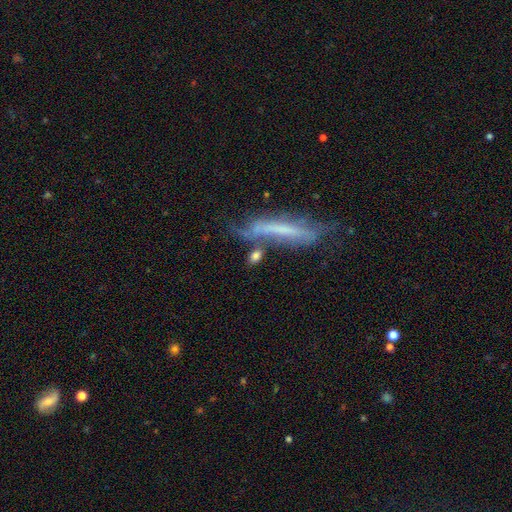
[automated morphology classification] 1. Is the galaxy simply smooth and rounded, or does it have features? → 70% smooth, 21% featured or disk, 8% star or artifact.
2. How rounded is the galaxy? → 55% in between, 31% cigar-shaped, 14% round.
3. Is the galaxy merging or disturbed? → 54% none, 19% merger, 17% minor disturbance, 11% major disturbance.